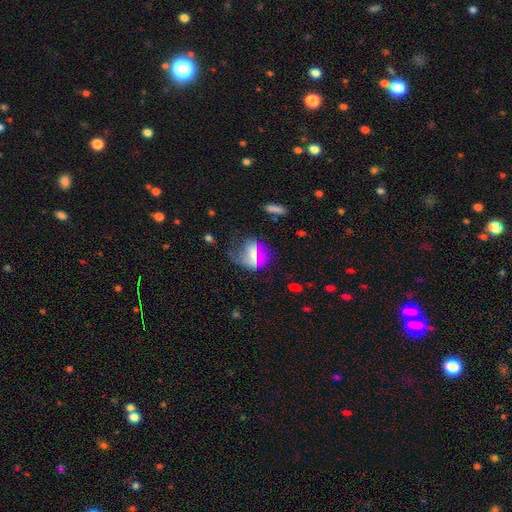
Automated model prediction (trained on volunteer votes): Morphology: type=smooth (45%); merging=none (39%).